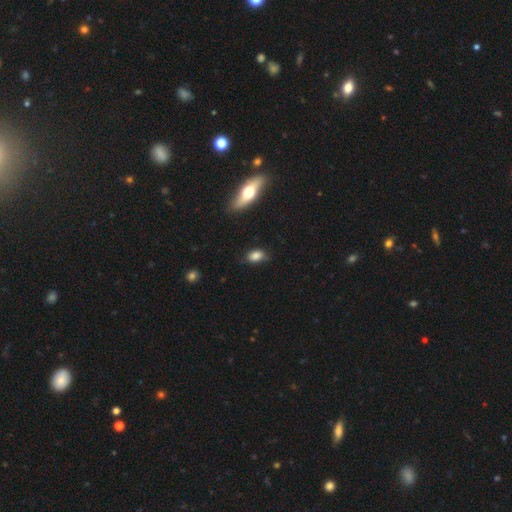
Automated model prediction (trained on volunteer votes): Q: Smooth or featured?
A: smooth (82%); runner-up: star or artifact (9%)
Q: How rounded?
A: in between (83%); runner-up: round (14%)
Q: Merging?
A: none (67%); runner-up: minor disturbance (25%)